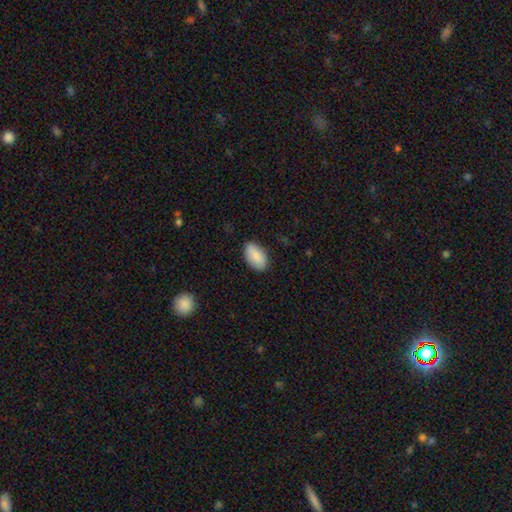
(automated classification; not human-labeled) The model was most divided on "merging": none: 83%, minor disturbance: 14%, major disturbance: 2%, merger: 1%. More confident: how rounded — in between (94%); smooth or featured — smooth (83%).